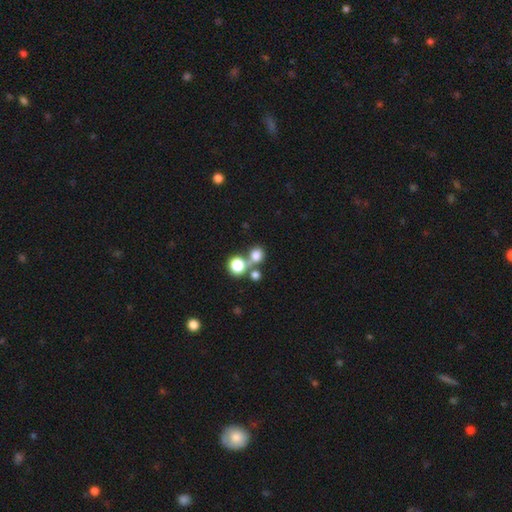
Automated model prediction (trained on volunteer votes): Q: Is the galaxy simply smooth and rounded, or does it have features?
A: smooth — 75%.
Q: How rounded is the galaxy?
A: round — 80%.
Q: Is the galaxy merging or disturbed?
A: none — 51%.